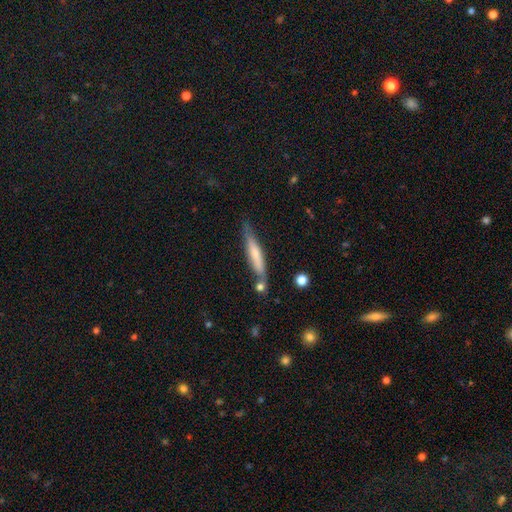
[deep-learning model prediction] The model was most divided on "smooth or featured": smooth: 56%, featured or disk: 38%, star or artifact: 6%. More confident: how rounded — cigar-shaped (91%); merging — none (68%).